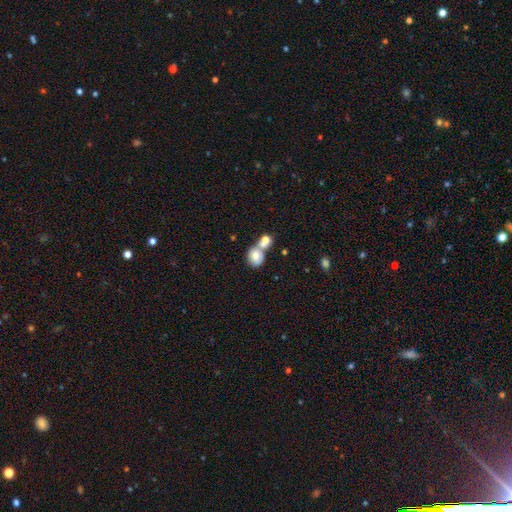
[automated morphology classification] Smooth or featured? Predicted: smooth (p=0.71). How rounded? Predicted: round (p=0.66). Merging? Predicted: merger (p=0.57).